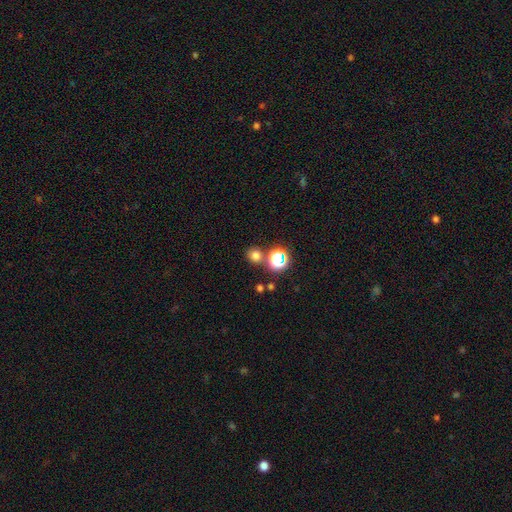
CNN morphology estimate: This is likely a smooth galaxy (70%). How rounded: clearly round (85%). Merging: likely none (76%).